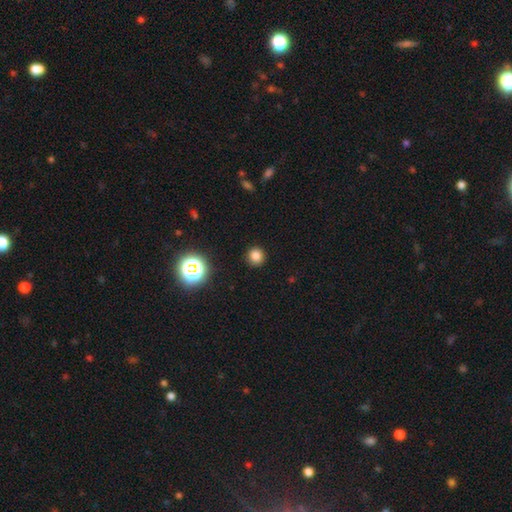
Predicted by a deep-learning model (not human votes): Overall: smooth (79%). How rounded: round (92%). Merging: none (92%).